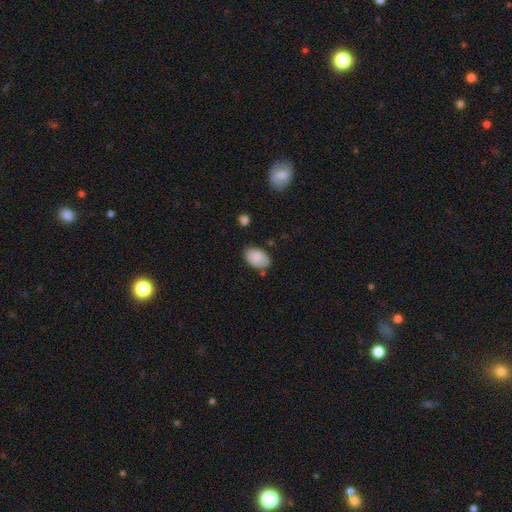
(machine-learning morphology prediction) Overall: smooth (83%). How rounded: in between (90%). Merging: none (70%).